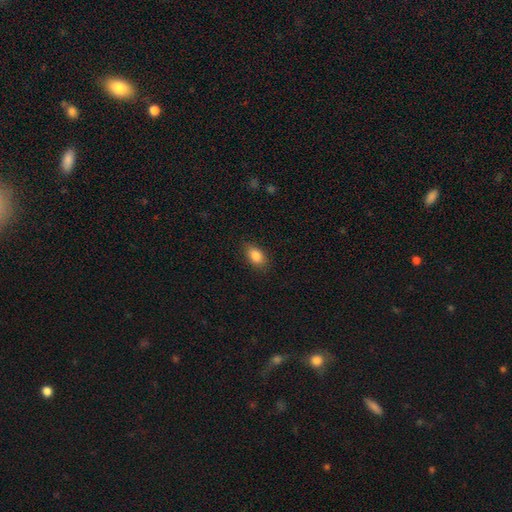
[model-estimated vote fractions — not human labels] Smooth or featured? Predicted: smooth (p=0.85). How rounded? Predicted: in between (p=0.87). Merging? Predicted: none (p=0.84).